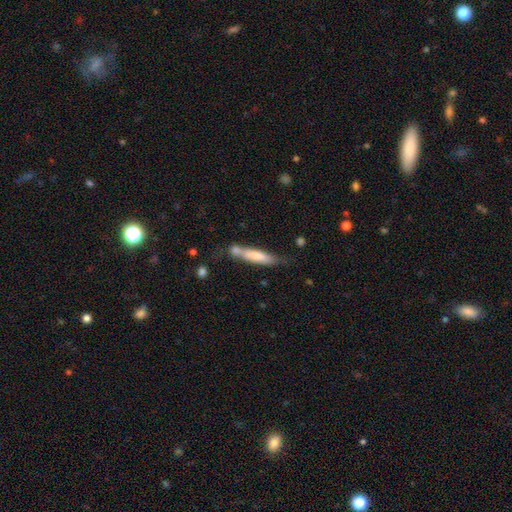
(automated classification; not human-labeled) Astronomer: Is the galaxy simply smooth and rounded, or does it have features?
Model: smooth — 67%.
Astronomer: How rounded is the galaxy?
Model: cigar-shaped — 82%.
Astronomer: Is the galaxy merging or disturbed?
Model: none — 46% (runner-up: merger, 25%).